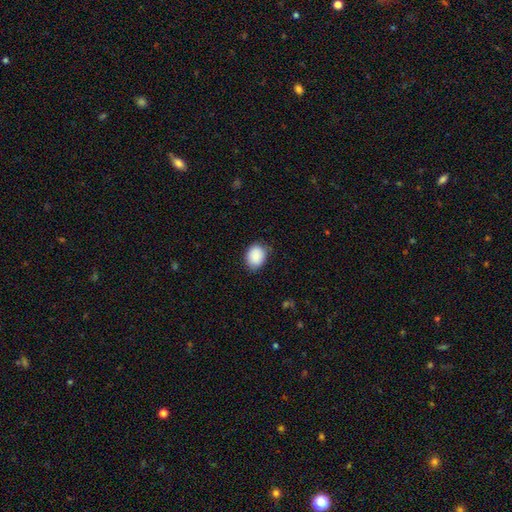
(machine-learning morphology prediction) Overall: smooth (89%). How rounded: in between (55%; round 45%). Merging: none (78%).